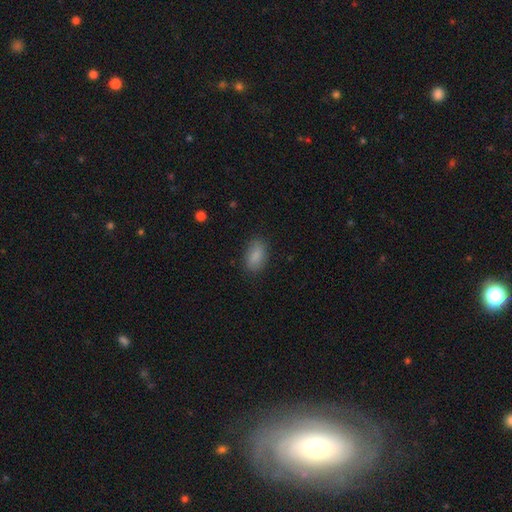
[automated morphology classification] Smooth or featured? smooth (86%)
How rounded? in between (91%)
Merging? none (82%)